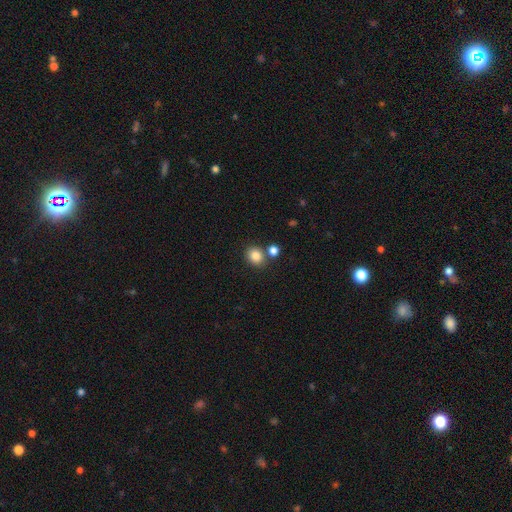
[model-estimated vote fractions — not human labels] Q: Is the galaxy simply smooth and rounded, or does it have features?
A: smooth — 85%.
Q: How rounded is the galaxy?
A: round — 67%.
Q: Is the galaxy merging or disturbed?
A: none — 70%.